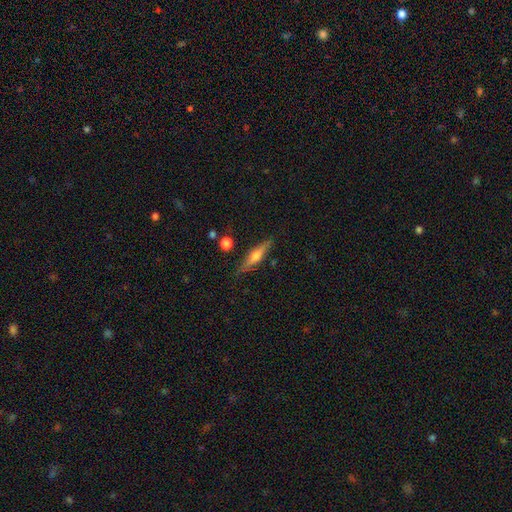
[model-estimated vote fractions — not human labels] The model was most divided on "smooth or featured": featured or disk: 52%, smooth: 40%, star or artifact: 7%. More confident: edge-on disk — yes (94%); merging — none (83%).